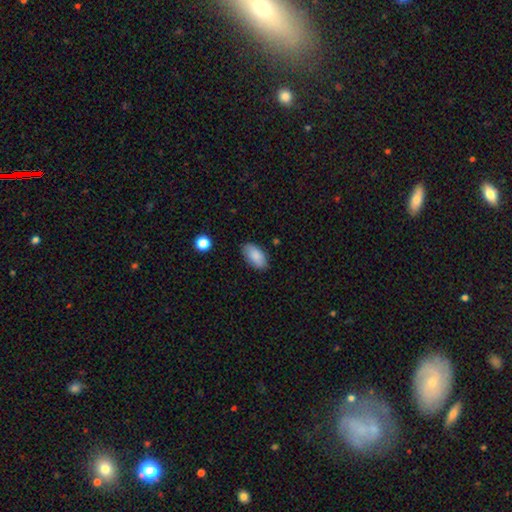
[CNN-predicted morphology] smooth-or-featured: smooth: 87% | star or artifact: 7% | featured or disk: 6%
  how-rounded: in between: 94% | cigar-shaped: 3% | round: 3%
  merging: none: 82% | minor disturbance: 13% | major disturbance: 3% | merger: 1%